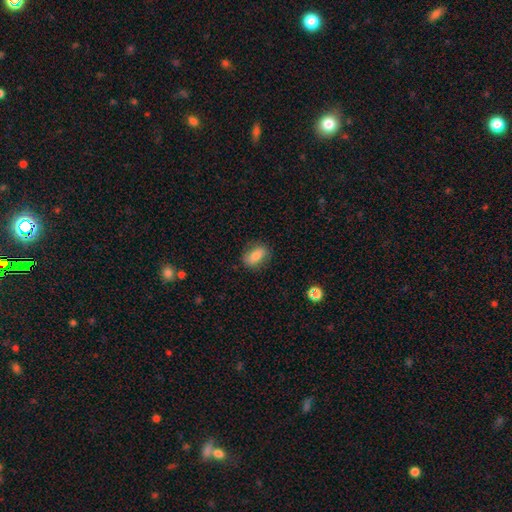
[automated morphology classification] The model was most divided on "smooth or featured": smooth: 77%, featured or disk: 15%, star or artifact: 8%. More confident: how rounded — in between (83%); merging — none (81%).